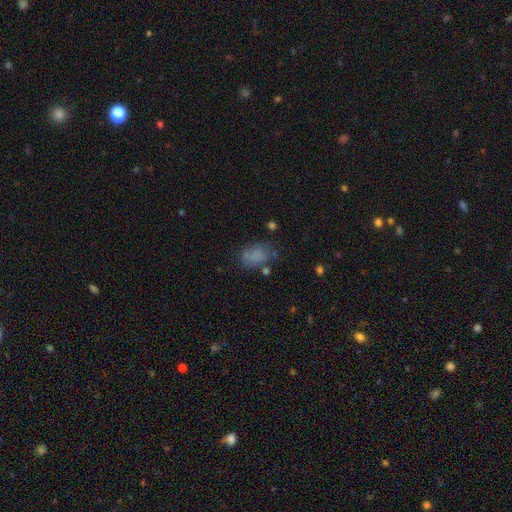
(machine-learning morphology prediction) Smooth or featured? Predicted: smooth (p=0.74). How rounded? Predicted: in between (p=0.78). Merging? Predicted: none (p=0.58).